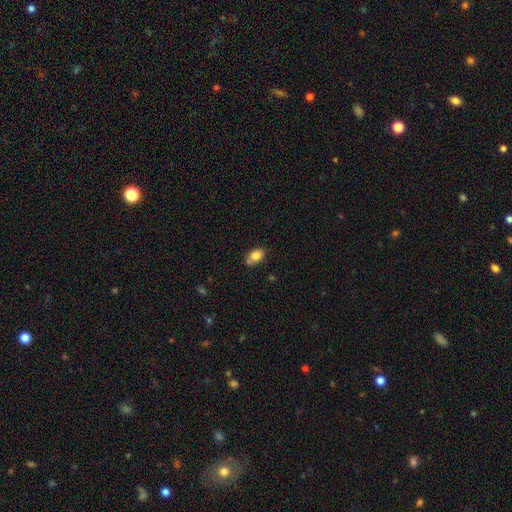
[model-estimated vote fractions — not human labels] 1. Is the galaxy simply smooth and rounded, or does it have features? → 83% smooth, 9% star or artifact, 8% featured or disk.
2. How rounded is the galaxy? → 79% in between, 19% round, 2% cigar-shaped.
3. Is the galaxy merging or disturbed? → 62% none, 20% minor disturbance, 14% merger, 4% major disturbance.